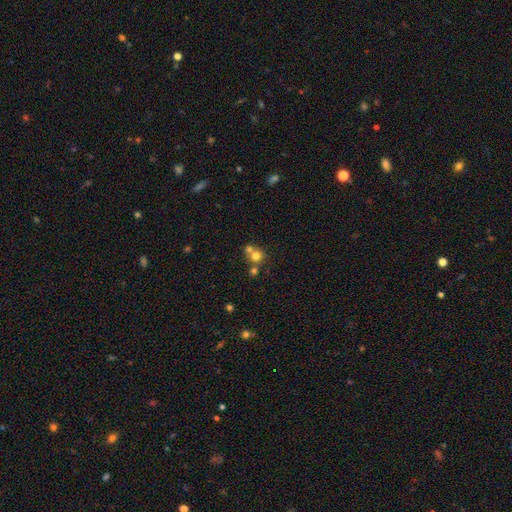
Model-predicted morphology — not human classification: Smooth or featured: smooth — 72% (star or artifact — 15%)
How rounded: round — 86% (in between — 13%)
Merging: merger — 48% (none — 44%)